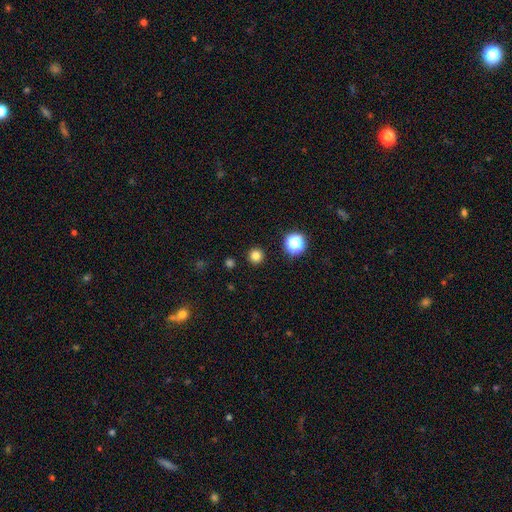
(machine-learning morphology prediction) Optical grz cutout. It shows a smooth galaxy with no disk features (80%) that is round (96%). Merging: none (92%).